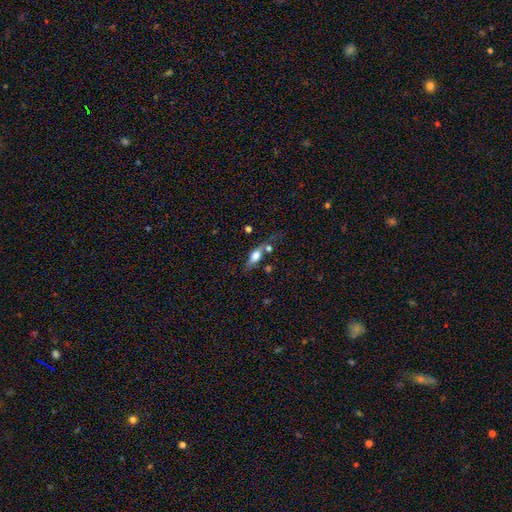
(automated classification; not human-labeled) Smooth or featured? Predicted: smooth (p=0.58). How rounded? Predicted: in between (p=0.62). Merging? Predicted: none (p=0.47).